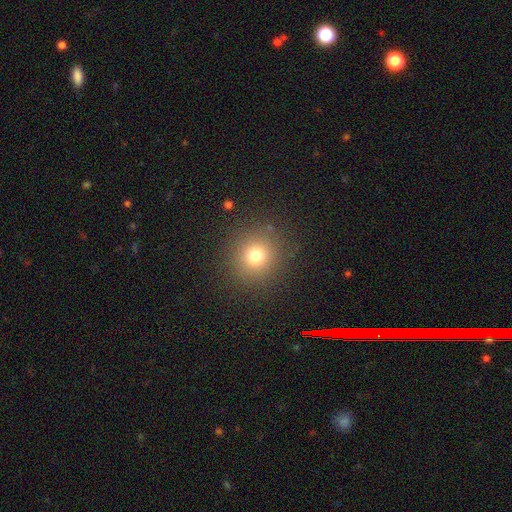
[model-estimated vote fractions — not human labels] Smooth or featured? Predicted: smooth (p=0.75). How rounded? Predicted: round (p=0.91). Merging? Predicted: none (p=0.87).